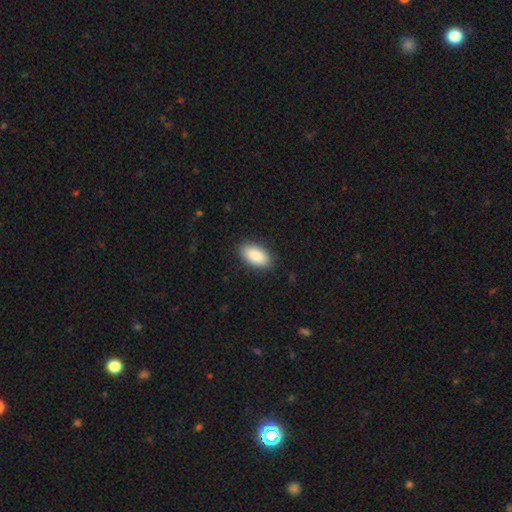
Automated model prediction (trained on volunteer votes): The model was most divided on "merging": none: 88%, minor disturbance: 8%, major disturbance: 2%, merger: 1%. More confident: how rounded — in between (95%); smooth or featured — smooth (90%).